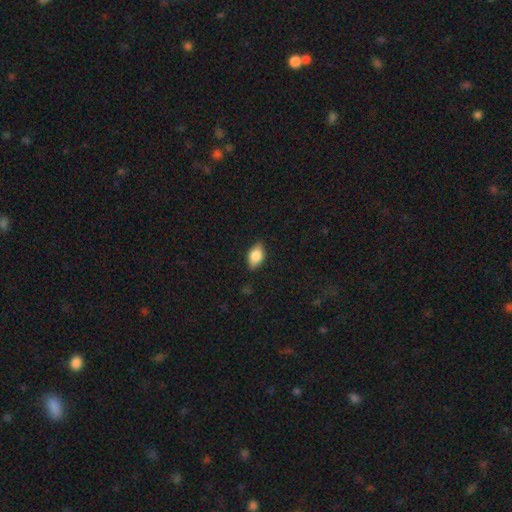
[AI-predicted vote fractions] This is clearly a smooth galaxy (81%). How rounded: clearly in between (89%). Merging: clearly none (83%).